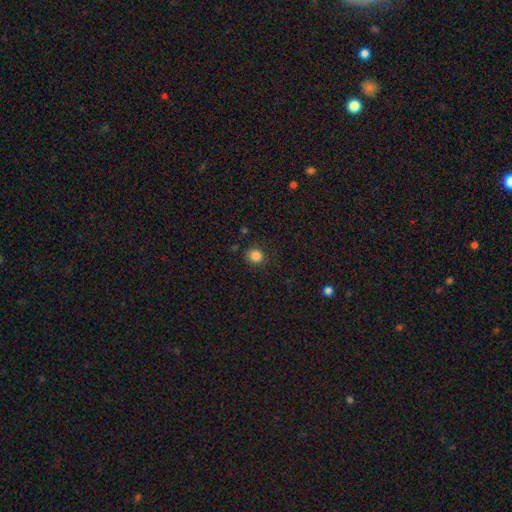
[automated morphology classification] Smooth or featured?
  - smooth: 85% *
  - star or artifact: 12%
  - featured or disk: 4%
How rounded?
  - round: 88% *
  - in between: 11%
  - cigar-shaped: 1%
Merging?
  - none: 88% *
  - minor disturbance: 8%
  - major disturbance: 2%
  - merger: 1%